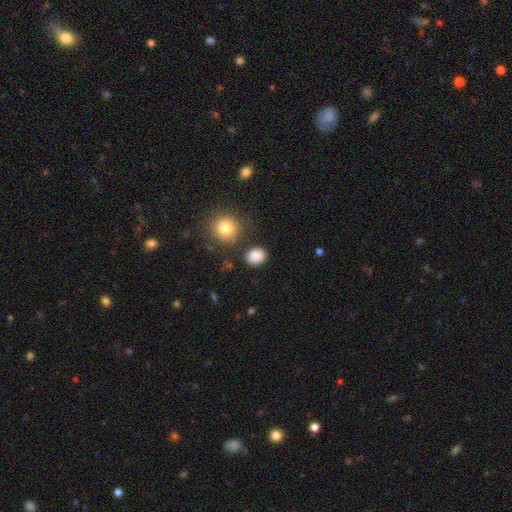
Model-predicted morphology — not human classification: type=smooth (86%); roundness=round (66%); merging=none (82%).